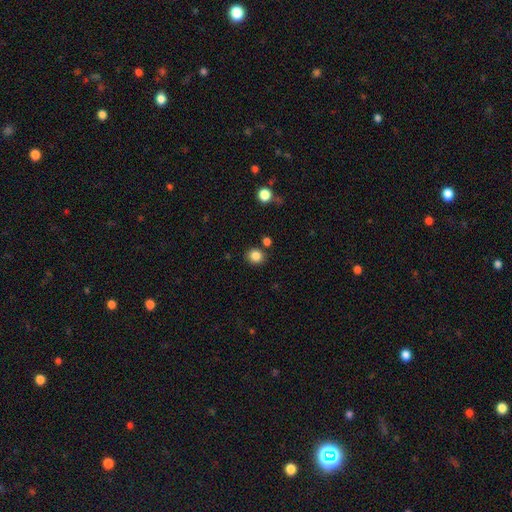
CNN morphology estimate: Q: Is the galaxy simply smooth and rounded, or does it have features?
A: smooth — 85%.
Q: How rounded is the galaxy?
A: round — 82%.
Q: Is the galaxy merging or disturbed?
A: none — 82%.